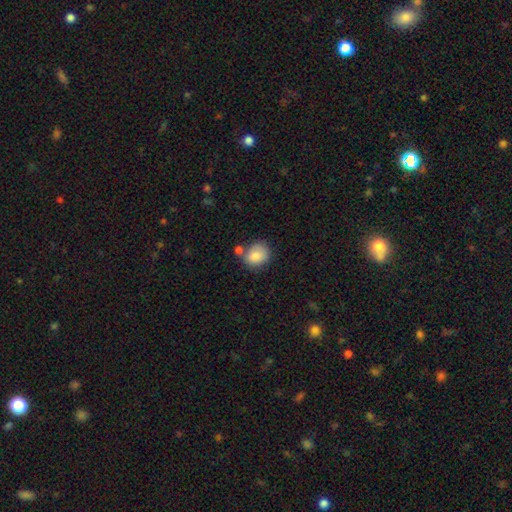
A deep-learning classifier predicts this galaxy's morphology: Overall: smooth (83%). How rounded: round (62%; in between 38%). Merging: none (56%; minor disturbance 20%).